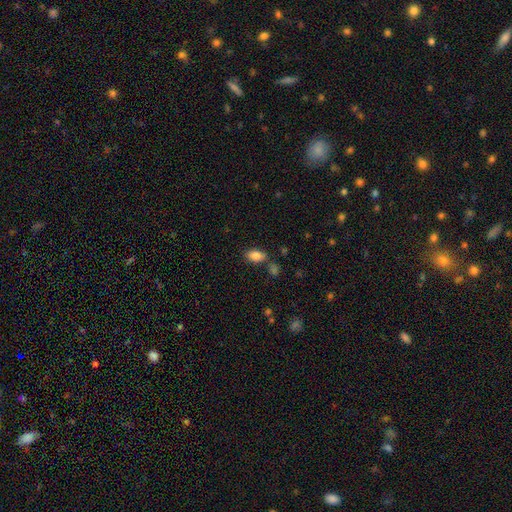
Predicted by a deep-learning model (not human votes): This is clearly a smooth galaxy (85%). How rounded: clearly in between (91%). Merging: likely none (75%).